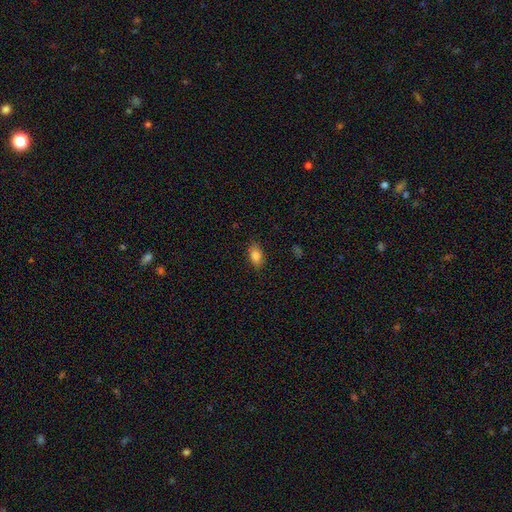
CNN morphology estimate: smooth 83%, star or artifact 9%, featured or disk 8%. Down the decision tree: how rounded — in between (86%); merging — none (84%).